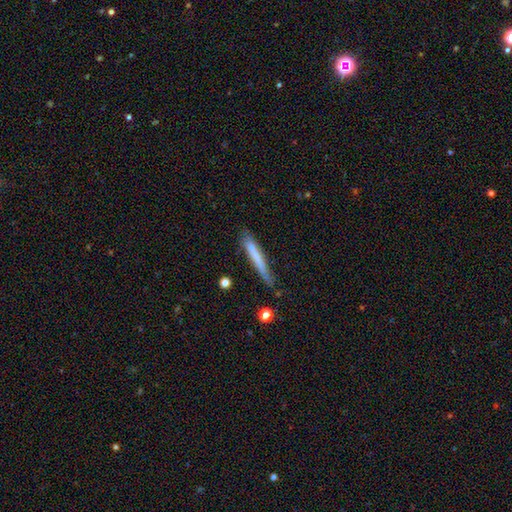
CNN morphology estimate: Smooth or featured: smooth — 64% (featured or disk — 30%)
How rounded: cigar-shaped — 96% (in between — 3%)
Merging: none — 70% (minor disturbance — 22%)